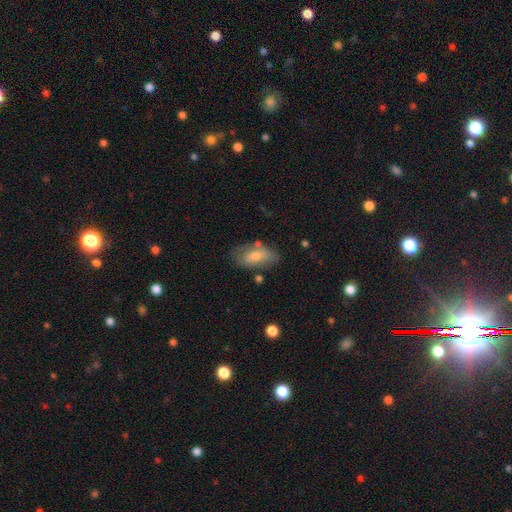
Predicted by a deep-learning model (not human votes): Q: Smooth or featured?
A: smooth (62%); runner-up: featured or disk (29%)
Q: How rounded?
A: in between (88%); runner-up: cigar-shaped (8%)
Q: Merging?
A: none (67%); runner-up: minor disturbance (21%)